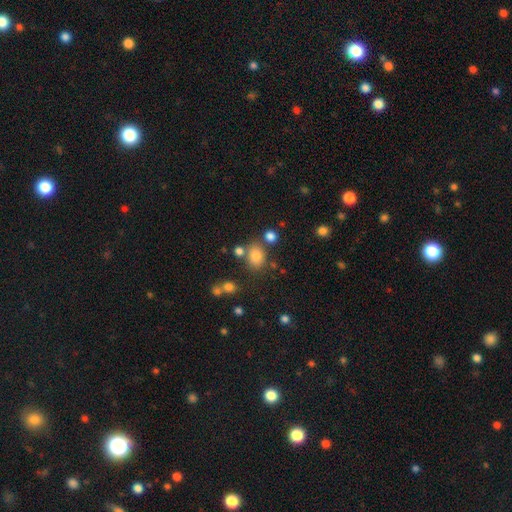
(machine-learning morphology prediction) The model was most divided on "how rounded": in between: 52%, round: 46%, cigar-shaped: 1%. More confident: smooth or featured — smooth (79%); merging — none (69%).